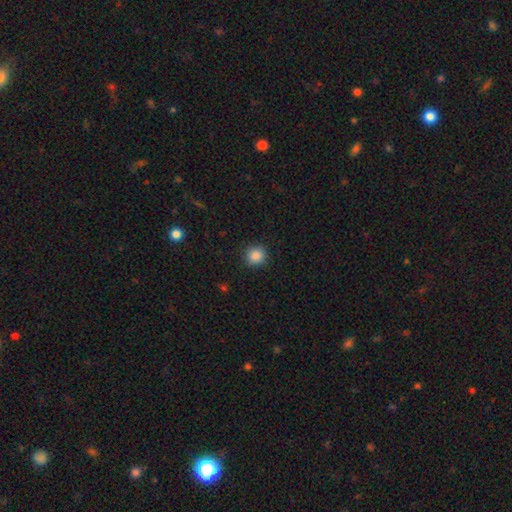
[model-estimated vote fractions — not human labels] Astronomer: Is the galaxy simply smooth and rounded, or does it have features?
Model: smooth — 87%.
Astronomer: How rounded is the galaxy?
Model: round — 91%.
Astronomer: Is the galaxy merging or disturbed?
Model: none — 90%.